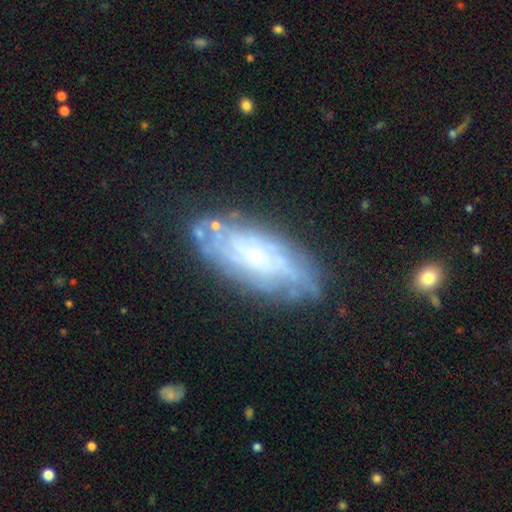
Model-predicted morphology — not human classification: Smooth or featured? featured or disk (72%)
Edge-on disk? no (87%)
Bar? no (76%)
Spiral arms? yes (83%)
Spiral winding? tight (67%)
Spiral arm count? can't tell (61%)
Bulge size? small (77%)
Merging? none (74%)